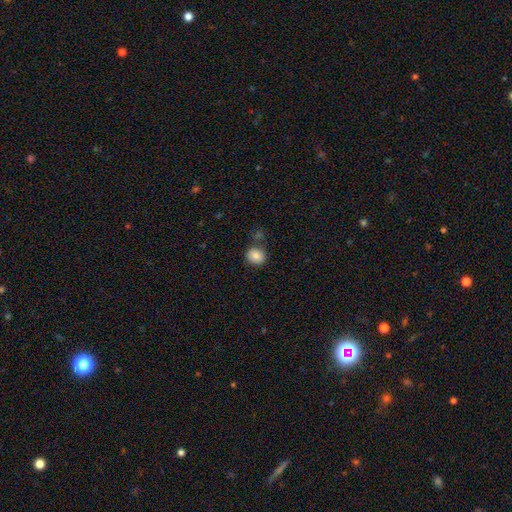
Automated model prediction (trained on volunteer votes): The model was most divided on "how rounded": round: 72%, in between: 27%, cigar-shaped: 1%. More confident: smooth or featured — smooth (84%); merging — none (75%).